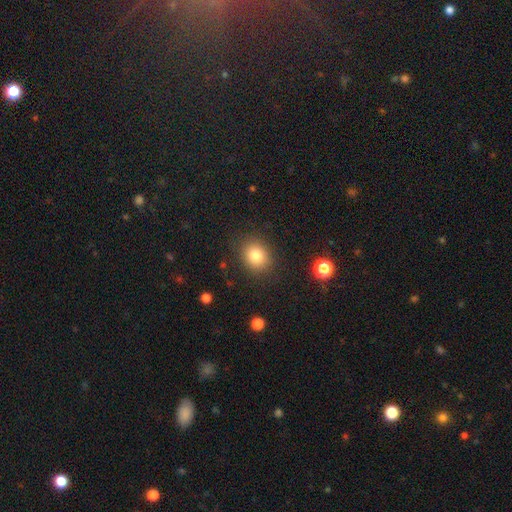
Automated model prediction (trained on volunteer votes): Overall: smooth (80%). How rounded: round (68%; in between 31%). Merging: none (87%).